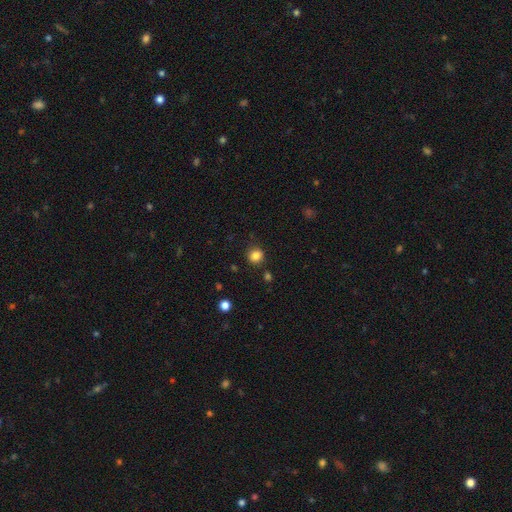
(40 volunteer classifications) This appears to be a smooth galaxy with no disk features (90%) that is round (83%). Merging: none (69%).